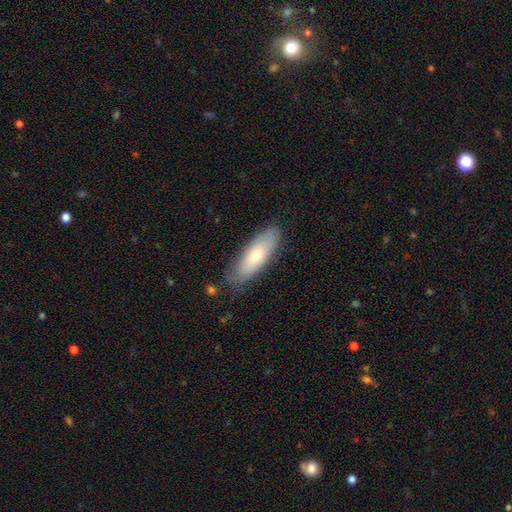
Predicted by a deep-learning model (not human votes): smooth_or_featured: smooth (p=0.70) [alt: featured or disk p=0.24]
how_rounded: in between (p=0.60) [alt: cigar-shaped p=0.38]
merging: none (p=0.80) [alt: minor disturbance p=0.16]